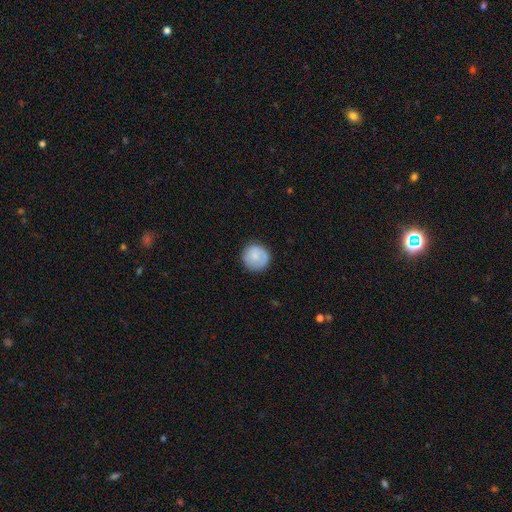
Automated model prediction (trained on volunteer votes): Q: Smooth or featured?
A: smooth (80%); runner-up: featured or disk (14%)
Q: How rounded?
A: round (94%); runner-up: in between (5%)
Q: Merging?
A: none (84%); runner-up: minor disturbance (12%)